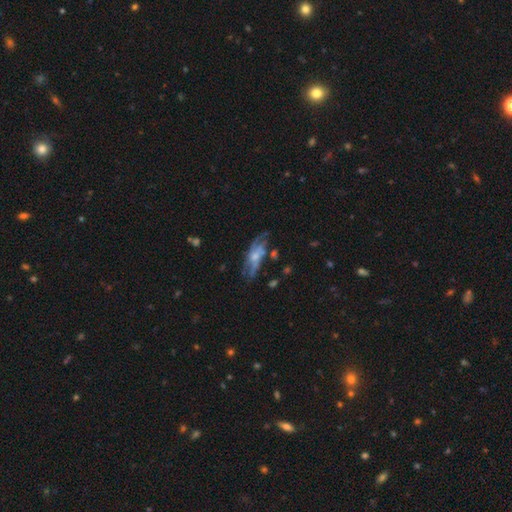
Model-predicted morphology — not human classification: A featured or disk galaxy (66%) with no bar (72%), spiral arms (71%) and a small central bulge (45%).

Vote fractions:
- Smooth or featured? featured or disk: 66% / smooth: 26% / star or artifact: 8%
- Edge-on disk? no: 81% / yes: 19%
- Bar? no: 72% / weak: 22% / strong: 5%
- Spiral arms? yes: 71% / no: 29%
- Bulge size? small: 45% / moderate: 42% / none: 7% / large: 5% / dominant: 1%
- Merging? none: 47% / minor disturbance: 24% / major disturbance: 22% / merger: 8%